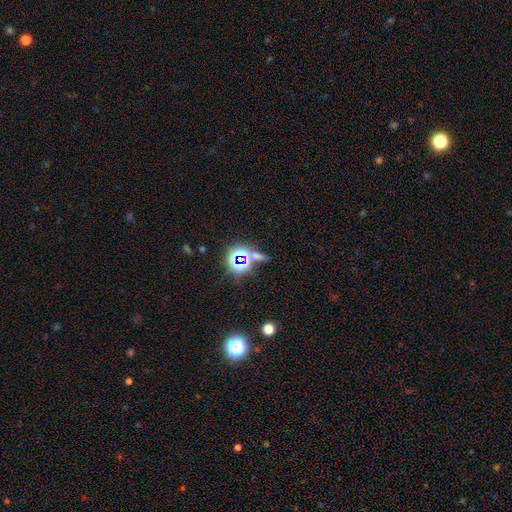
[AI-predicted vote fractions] Smooth or featured? star or artifact (60%)